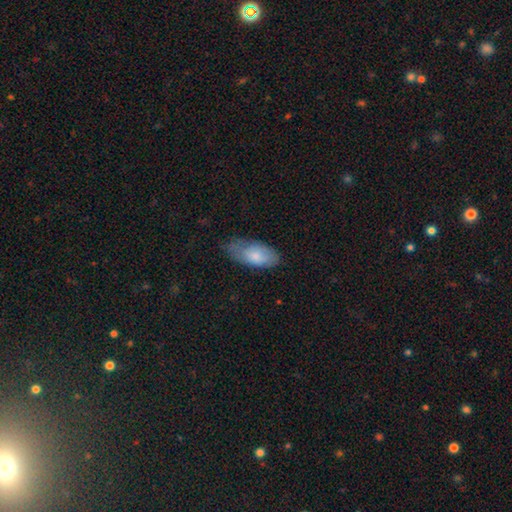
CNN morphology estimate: This appears to be a smooth galaxy with no disk features (77%) that is in between round and cigar-shaped (91%). Merging: none (53%).